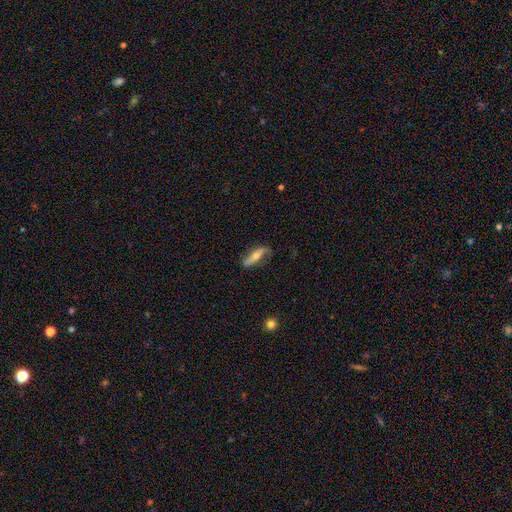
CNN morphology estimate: Smooth or featured? featured or disk (59%)
Edge-on disk? no (51%)
Merging? none (74%)